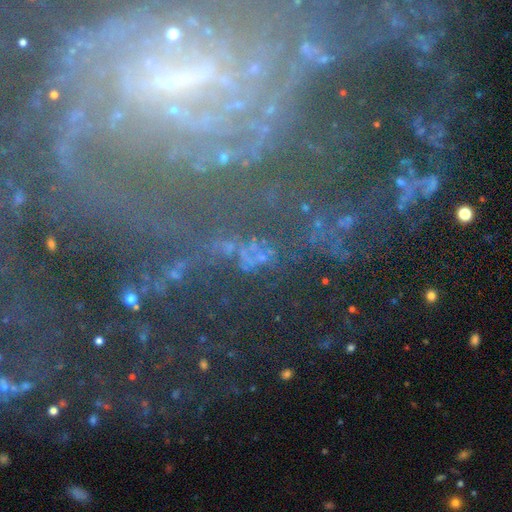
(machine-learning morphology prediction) This is likely a star or artifact rather than a galaxy (68%).